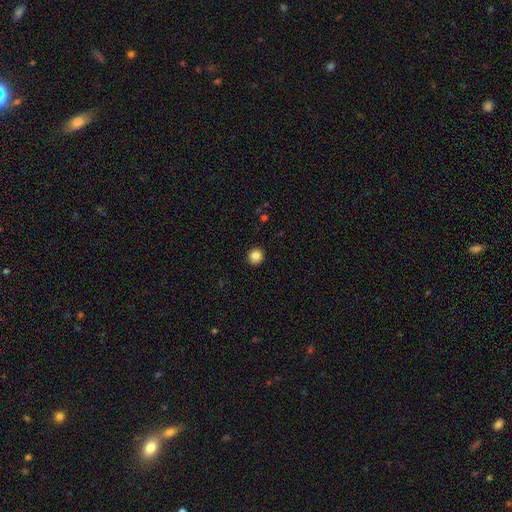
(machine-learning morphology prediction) The model was most divided on "smooth or featured": smooth: 86%, star or artifact: 10%, featured or disk: 4%. More confident: merging — none (92%); how rounded — round (90%).